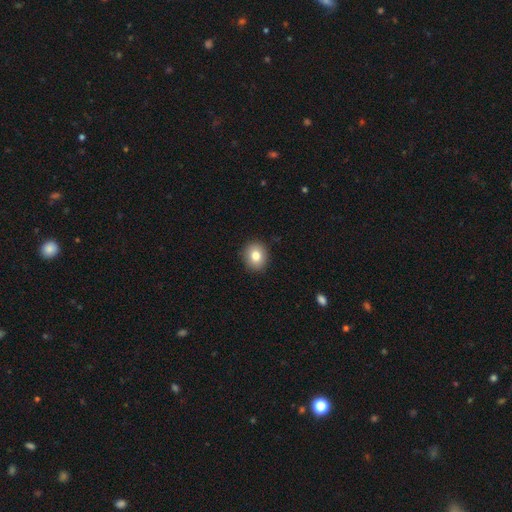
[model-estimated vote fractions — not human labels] Overall: smooth (81%). How rounded: round (75%). Merging: none (91%).